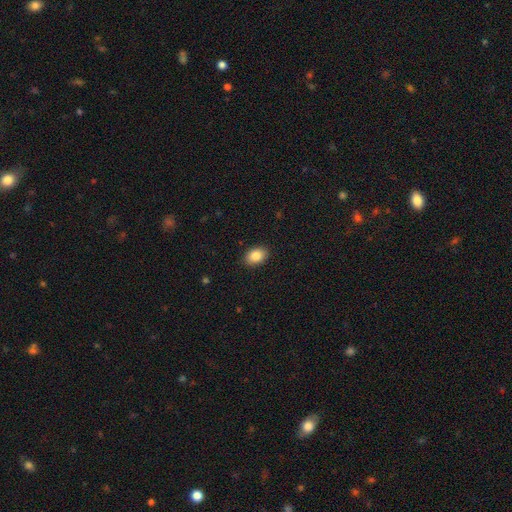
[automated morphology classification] This appears to be a smooth galaxy with no disk features (87%) that is in between round and cigar-shaped (81%). Merging: none (88%).